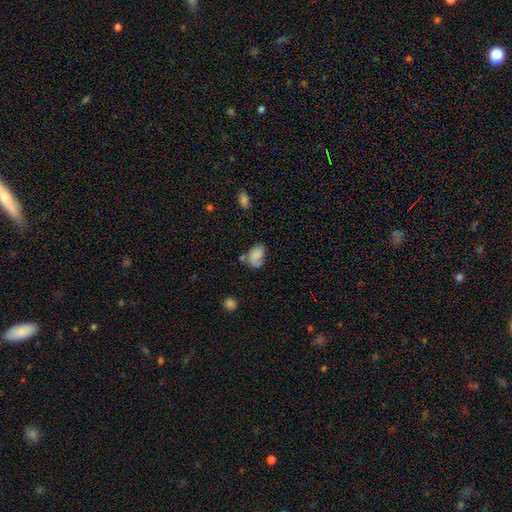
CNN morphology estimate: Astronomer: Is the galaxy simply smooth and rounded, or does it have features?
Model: smooth — 71%.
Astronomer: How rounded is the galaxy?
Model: in between — 85%.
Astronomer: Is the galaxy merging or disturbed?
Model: none — 44% (runner-up: minor disturbance, 30%).